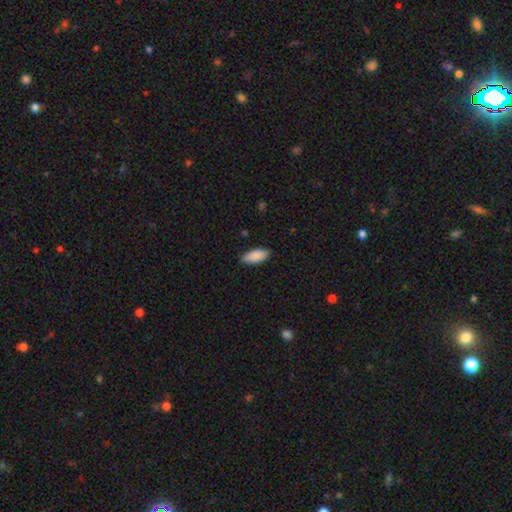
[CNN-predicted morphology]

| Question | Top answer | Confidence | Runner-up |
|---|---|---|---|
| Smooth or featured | smooth | 90% | star or artifact (6%) |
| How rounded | in between | 88% | cigar-shaped (11%) |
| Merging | none | 85% | minor disturbance (12%) |